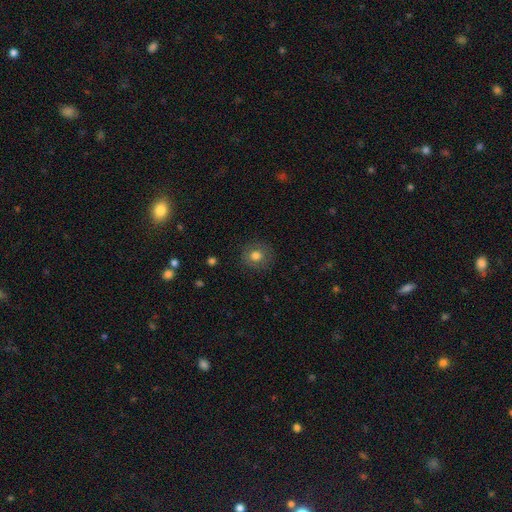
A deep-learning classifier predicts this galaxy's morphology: This appears to be a smooth galaxy with no disk features (77%) that is round (84%). Merging: none (85%).